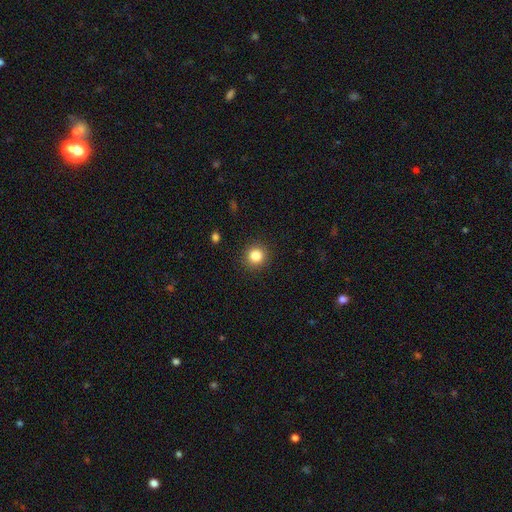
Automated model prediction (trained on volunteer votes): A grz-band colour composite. It shows a smooth galaxy with no disk features (84%) that is round (93%). Merging: none (91%).